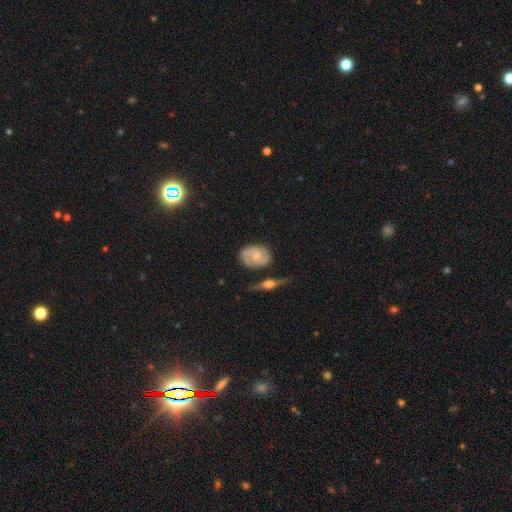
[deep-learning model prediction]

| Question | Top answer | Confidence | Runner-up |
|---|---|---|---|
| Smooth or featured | featured or disk | 75% | smooth (19%) |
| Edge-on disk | no | 95% | yes (5%) |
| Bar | no | 63% | weak (31%) |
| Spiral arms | yes | 91% | no (9%) |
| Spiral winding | tight | 48% | medium (40%) |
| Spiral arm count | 2 | 83% | can't tell (9%) |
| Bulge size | moderate | 45% | small (43%) |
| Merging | none | 71% | minor disturbance (18%) |